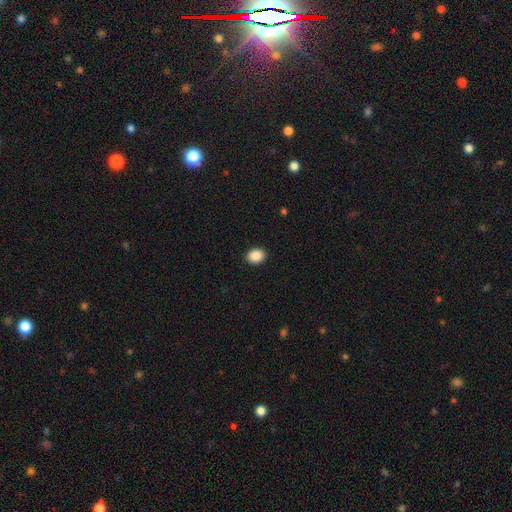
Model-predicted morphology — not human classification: The model was most divided on "how rounded": in between: 54%, round: 45%, cigar-shaped: 1%. More confident: merging — none (91%); smooth or featured — smooth (89%).